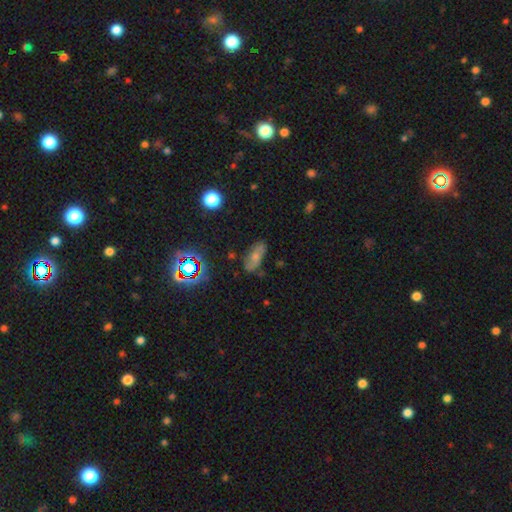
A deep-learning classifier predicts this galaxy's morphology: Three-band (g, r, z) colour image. It shows a smooth galaxy with no disk features (51%) that is in between round and cigar-shaped (79%). Merging: none (71%).